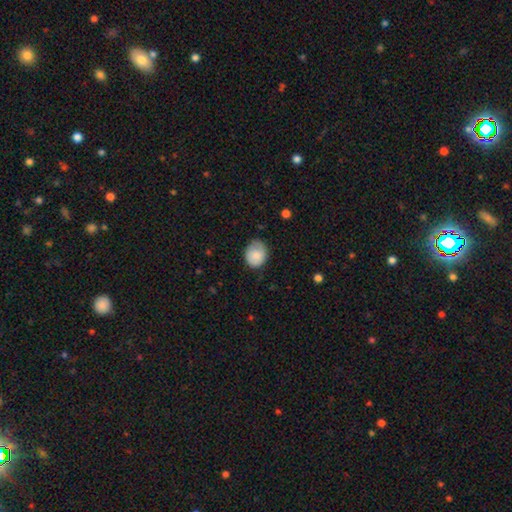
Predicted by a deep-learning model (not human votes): smooth_or_featured: smooth (p=0.82) [alt: featured or disk p=0.11]
how_rounded: round (p=0.51) [alt: in between p=0.48]
merging: none (p=0.62) [alt: minor disturbance p=0.30]